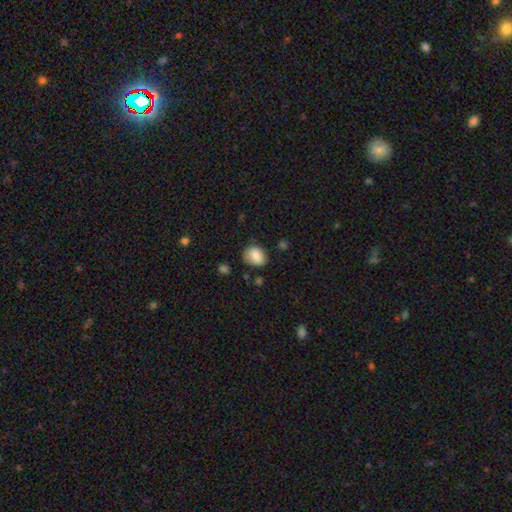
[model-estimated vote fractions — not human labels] This is clearly a smooth galaxy (84%). How rounded: possibly round (53%). Merging: likely none (71%).